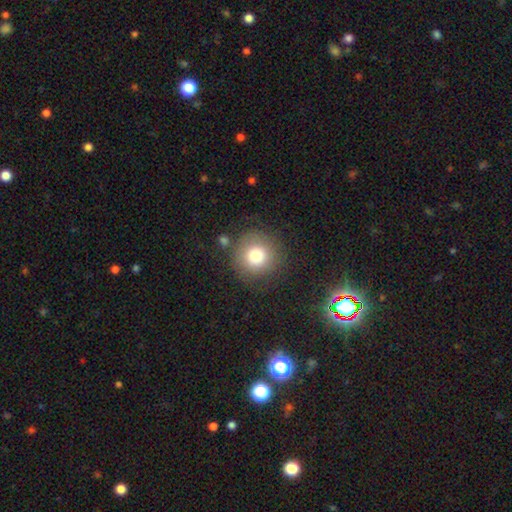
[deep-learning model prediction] Morphology: type=smooth (79%); roundness=round (94%); merging=none (82%).